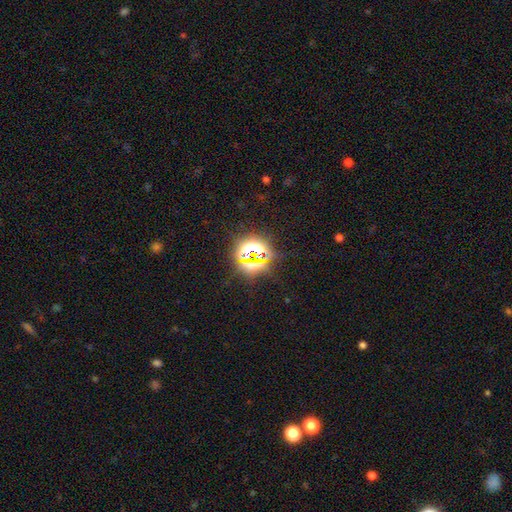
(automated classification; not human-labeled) This is likely a star or artifact rather than a galaxy (76%).